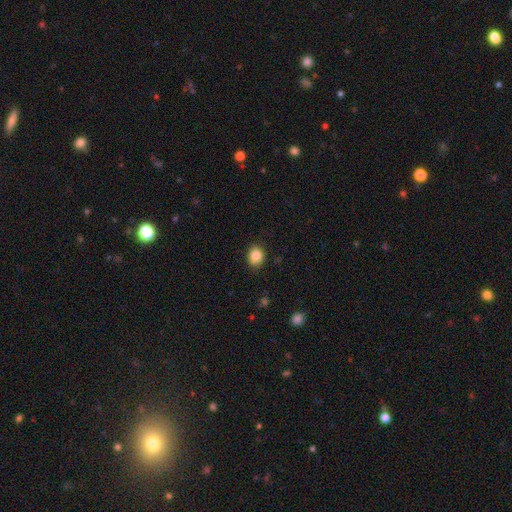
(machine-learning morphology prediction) Q: Smooth or featured?
A: smooth (85%); runner-up: star or artifact (9%)
Q: How rounded?
A: round (55%); runner-up: in between (44%)
Q: Merging?
A: none (84%); runner-up: minor disturbance (13%)